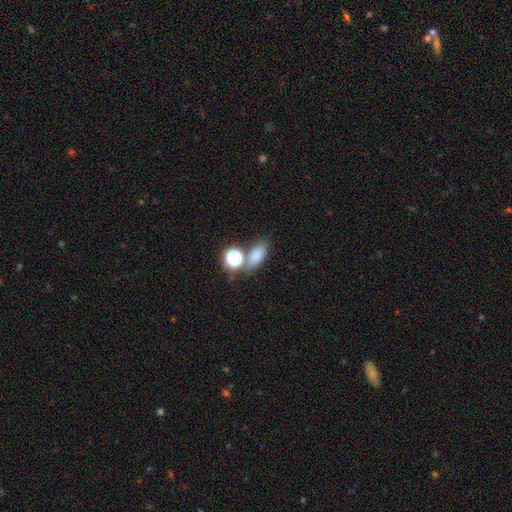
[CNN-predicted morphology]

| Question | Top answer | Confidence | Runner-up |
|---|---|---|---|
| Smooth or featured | smooth | 75% | star or artifact (17%) |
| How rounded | in between | 77% | round (18%) |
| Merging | none | 63% | merger (20%) |